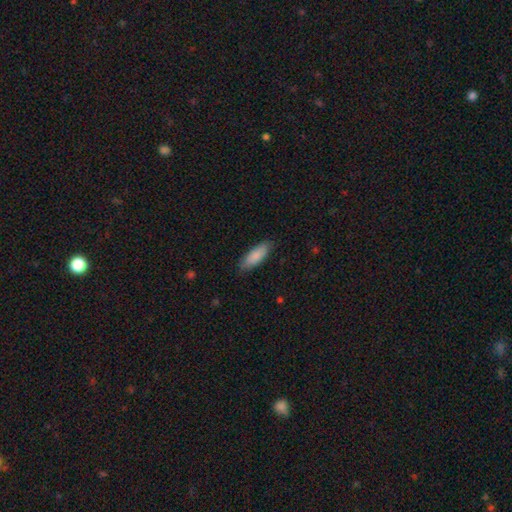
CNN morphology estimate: smooth_or_featured: smooth (p=0.87) [alt: featured or disk p=0.07]
how_rounded: in between (p=0.63) [alt: cigar-shaped p=0.36]
merging: none (p=0.85) [alt: minor disturbance p=0.12]